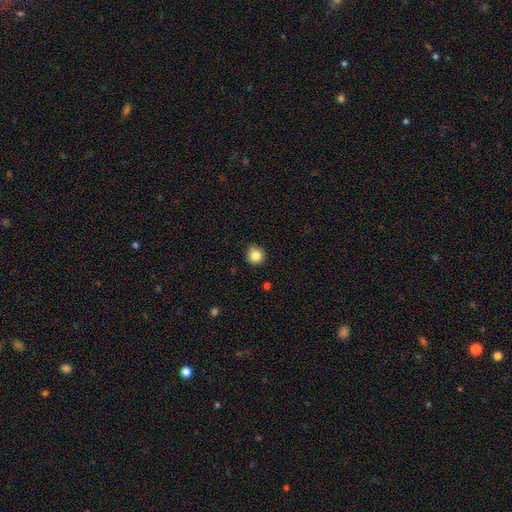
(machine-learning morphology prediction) Smooth or featured: smooth — 85% (star or artifact — 10%)
How rounded: round — 91% (in between — 8%)
Merging: none — 86% (minor disturbance — 11%)